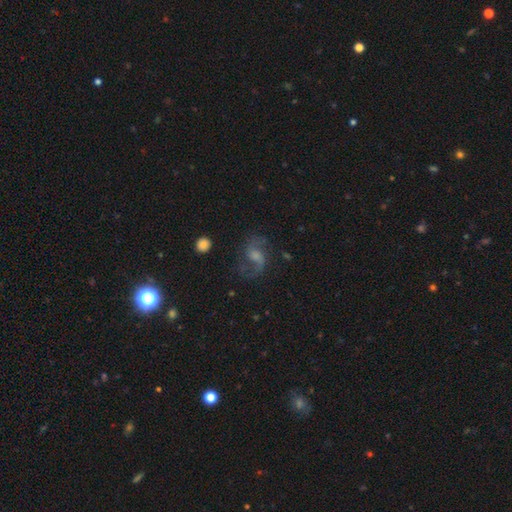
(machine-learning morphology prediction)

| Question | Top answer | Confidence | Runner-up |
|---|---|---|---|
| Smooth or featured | featured or disk | 78% | smooth (11%) |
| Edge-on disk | no | 97% | yes (3%) |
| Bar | weak | 51% | no (37%) |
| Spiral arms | yes | 94% | no (6%) |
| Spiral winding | loose | 47% | medium (44%) |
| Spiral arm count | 2 | 86% | can't tell (5%) |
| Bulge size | moderate | 39% | small (34%) |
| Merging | none | 71% | minor disturbance (16%) |